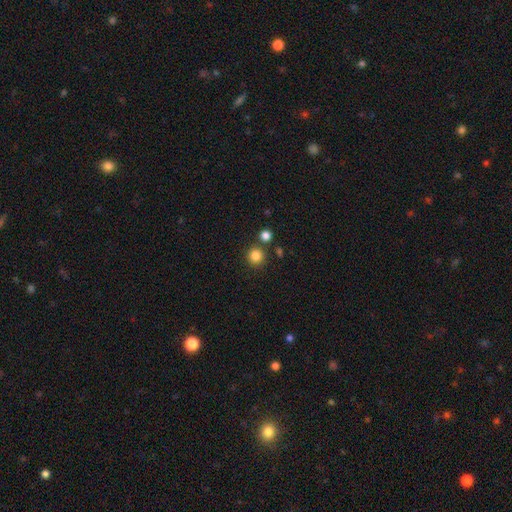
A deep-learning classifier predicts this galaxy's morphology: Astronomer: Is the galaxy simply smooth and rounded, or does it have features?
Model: smooth — 84%.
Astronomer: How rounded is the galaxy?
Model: round — 94%.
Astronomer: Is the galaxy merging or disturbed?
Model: none — 81%.